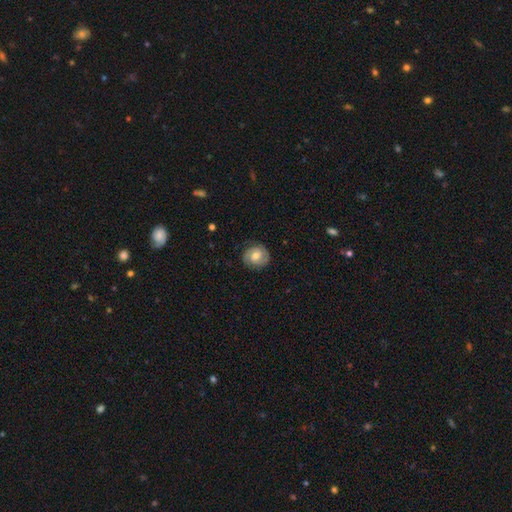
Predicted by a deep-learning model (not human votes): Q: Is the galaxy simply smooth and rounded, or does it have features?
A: featured or disk — 59%.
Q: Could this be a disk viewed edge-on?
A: no — 97%.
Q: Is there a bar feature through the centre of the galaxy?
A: no — 54%.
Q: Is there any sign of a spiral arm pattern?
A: yes — 86%.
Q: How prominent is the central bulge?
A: moderate — 69%.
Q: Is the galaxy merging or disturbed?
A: none — 83%.